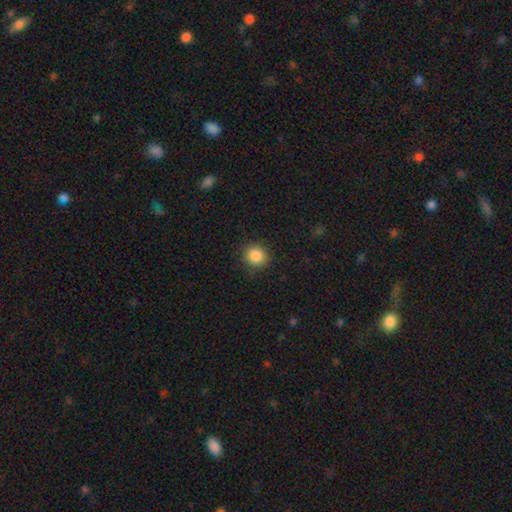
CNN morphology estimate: This appears to be a smooth galaxy with no disk features (87%) that is round (88%). Merging: none (89%).